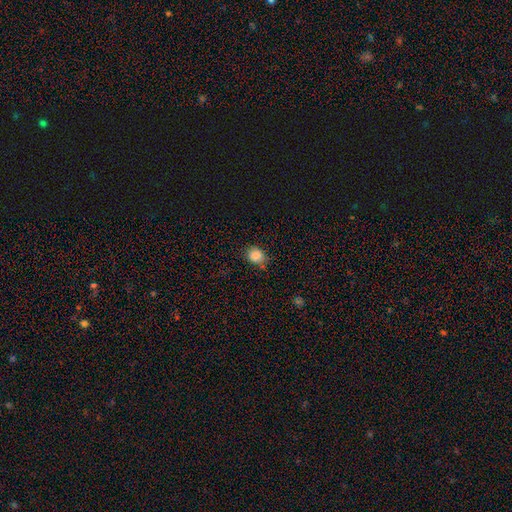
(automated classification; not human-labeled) Smooth or featured? Predicted: smooth (p=0.85). How rounded? Predicted: round (p=0.65). Merging? Predicted: none (p=0.74).